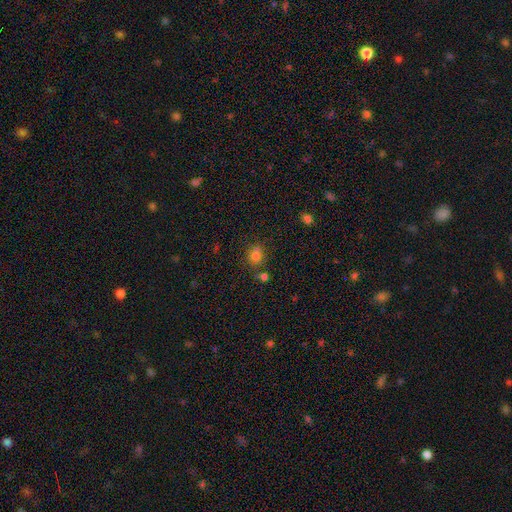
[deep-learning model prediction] The model was most divided on "how rounded": round: 70%, in between: 28%, cigar-shaped: 1%. More confident: smooth or featured — smooth (75%); merging — none (62%).